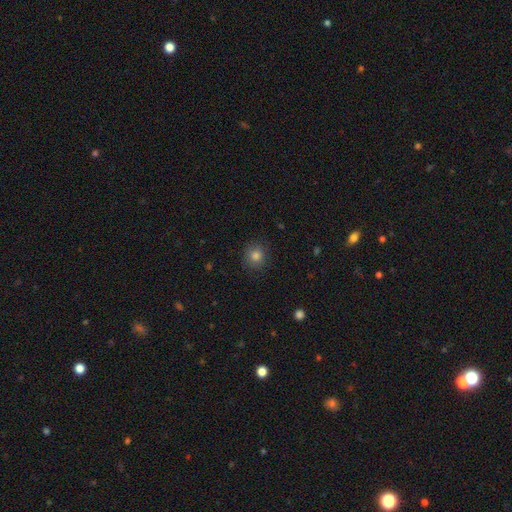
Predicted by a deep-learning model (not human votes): Smooth or featured? smooth (82%)
How rounded? round (87%)
Merging? none (88%)